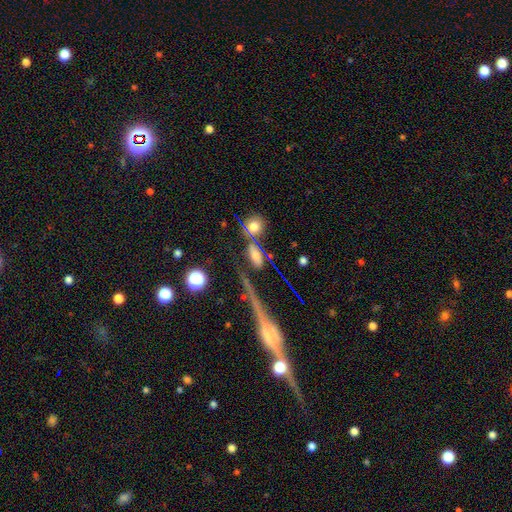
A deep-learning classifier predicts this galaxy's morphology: Q: Smooth or featured?
A: smooth (50%); runner-up: featured or disk (31%)
Q: Merging?
A: none (58%); runner-up: minor disturbance (16%)